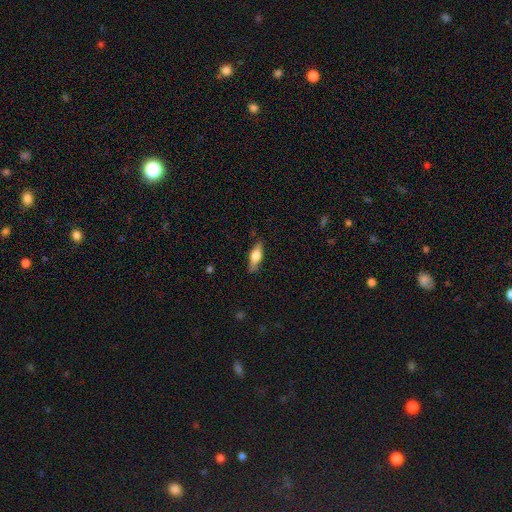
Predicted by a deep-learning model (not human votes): Overall: smooth (52%; featured or disk 42%). How rounded: in between (55%; cigar-shaped 42%). Merging: none (83%).